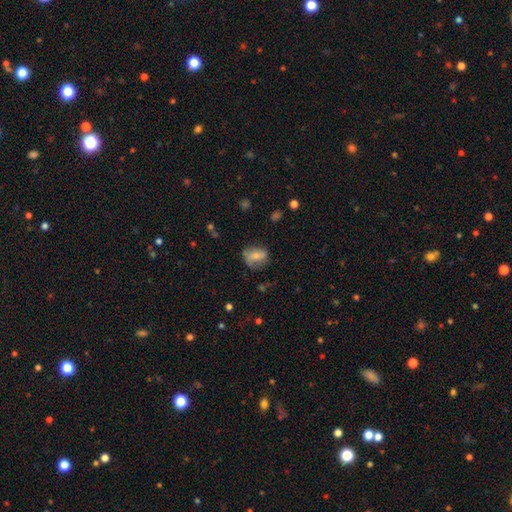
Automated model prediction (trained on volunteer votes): This is possibly a smooth galaxy (52%). How rounded: possibly in between (56%). Merging: possibly none (60%).